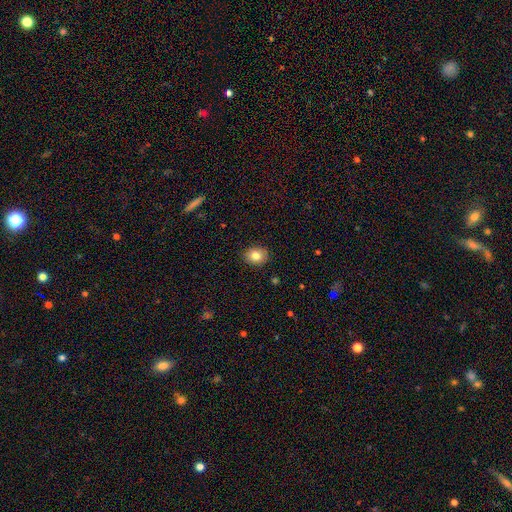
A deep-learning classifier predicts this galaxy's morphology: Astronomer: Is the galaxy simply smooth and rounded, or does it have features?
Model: smooth — 81%.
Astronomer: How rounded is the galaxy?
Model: round — 51% (runner-up: in between, 48%).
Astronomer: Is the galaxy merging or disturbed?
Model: none — 89%.